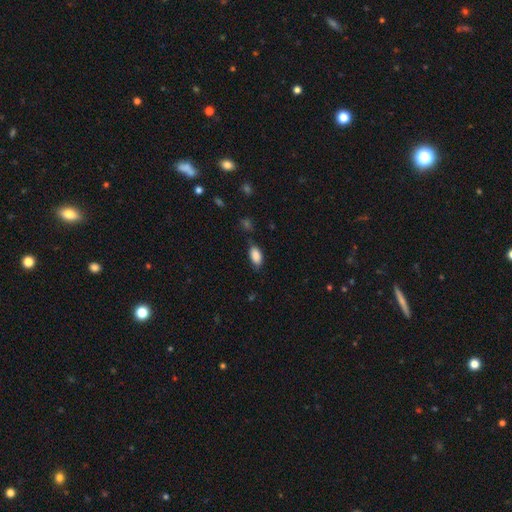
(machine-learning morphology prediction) smooth_or_featured: smooth (p=0.87) [alt: star or artifact p=0.07]
how_rounded: in between (p=0.92) [alt: cigar-shaped p=0.05]
merging: none (p=0.69) [alt: minor disturbance p=0.23]